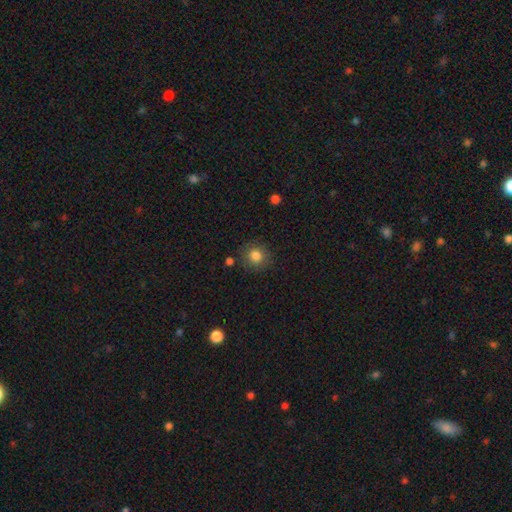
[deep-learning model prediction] Overall: smooth (83%). How rounded: round (91%). Merging: none (85%).